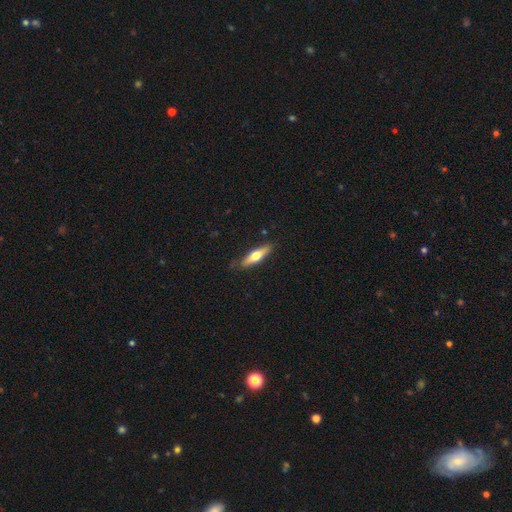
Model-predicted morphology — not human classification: A smooth galaxy with no disk features (49%).

Vote fractions:
- Smooth or featured? smooth: 49% / featured or disk: 45% / star or artifact: 5%
- Merging? none: 82% / minor disturbance: 14% / major disturbance: 3% / merger: 1%